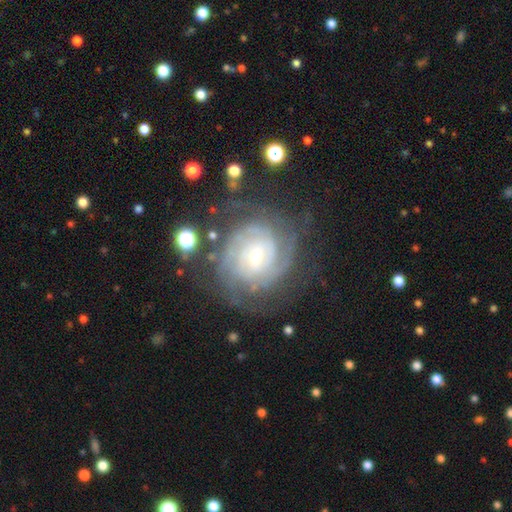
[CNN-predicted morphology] type=featured or disk (85%); edge-on=no (97%); bar=weak (52%); spiral arms=yes (96%); winding=tight (74%); arm count=can't tell (36%); bulge=small (54%); merging=none (72%).